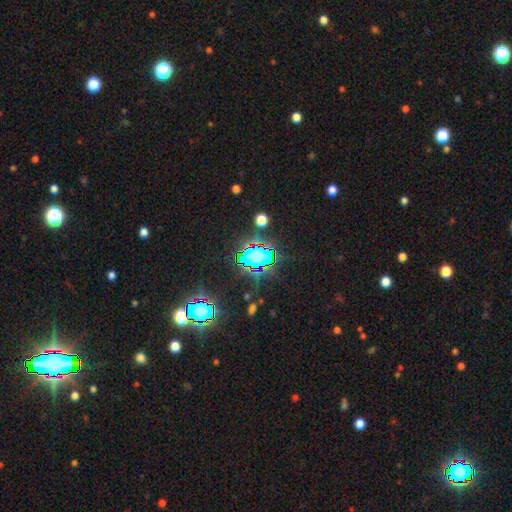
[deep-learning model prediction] This is likely a star or artifact rather than a galaxy (63%).